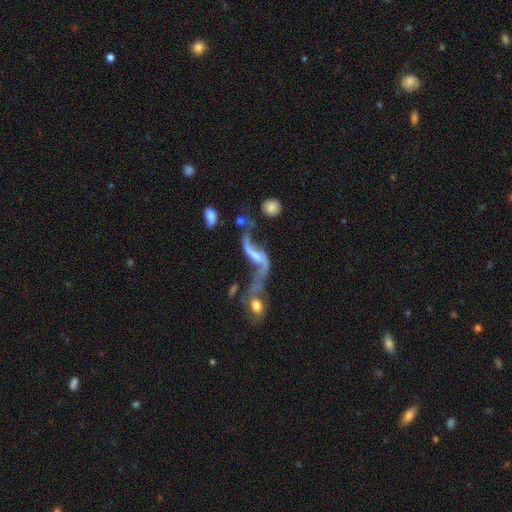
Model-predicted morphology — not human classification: Smooth or featured? featured or disk (83%)
Edge-on disk? no (91%)
Bar? weak (43%)
Spiral arms? yes (89%)
Spiral winding? loose (93%)
Spiral arm count? 2 (89%)
Bulge size? small (42%)
Merging? merger (47%)